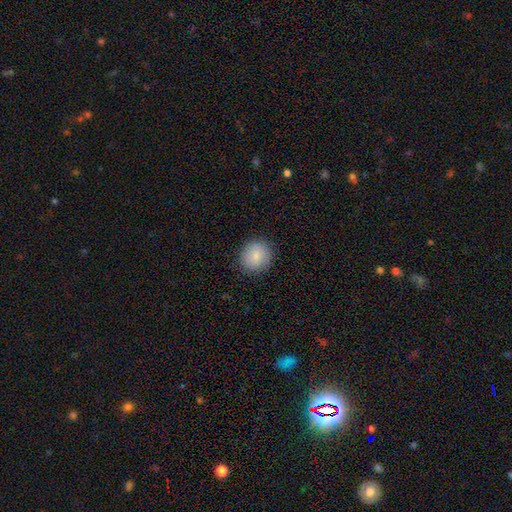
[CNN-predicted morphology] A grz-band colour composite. It shows a smooth galaxy with no disk features (85%) that is round (86%). Merging: none (88%).